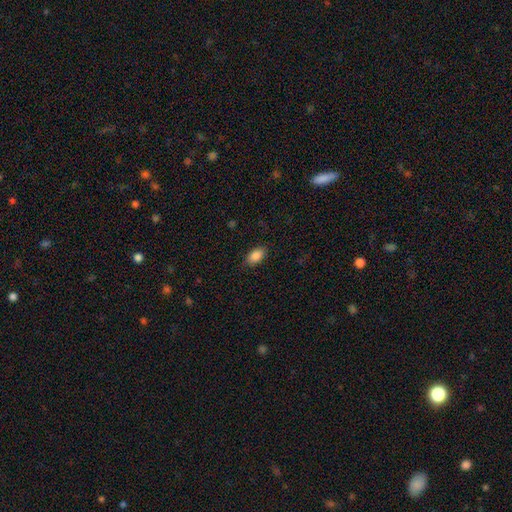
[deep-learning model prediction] Q: Smooth or featured?
A: smooth (88%); runner-up: star or artifact (8%)
Q: How rounded?
A: in between (91%); runner-up: round (7%)
Q: Merging?
A: none (86%); runner-up: minor disturbance (10%)